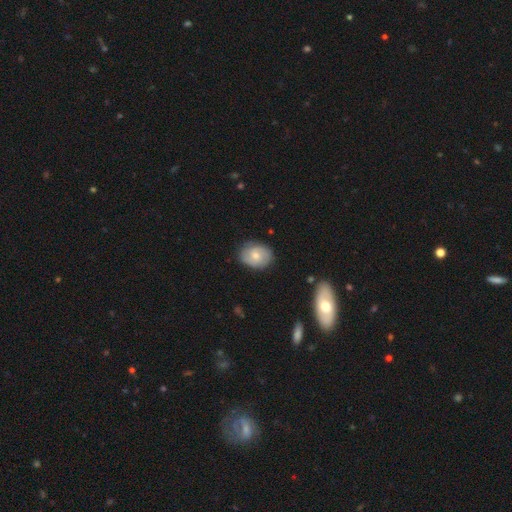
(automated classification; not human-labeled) Morphology: type=smooth (55%); roundness=in between (51%); merging=none (81%).